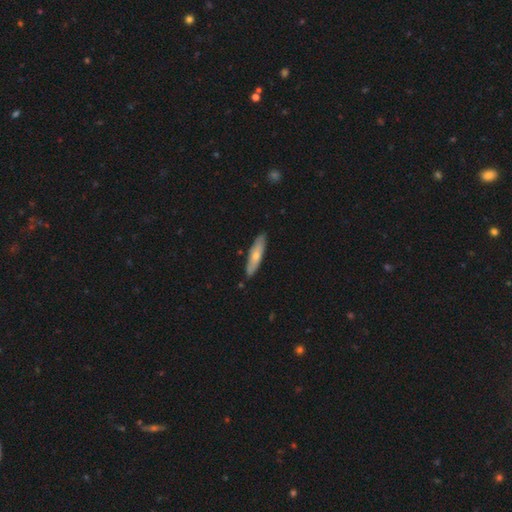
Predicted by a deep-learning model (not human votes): This appears to be a smooth galaxy with no disk features (60%) that is cigar-shaped (76%). Merging: none (86%).